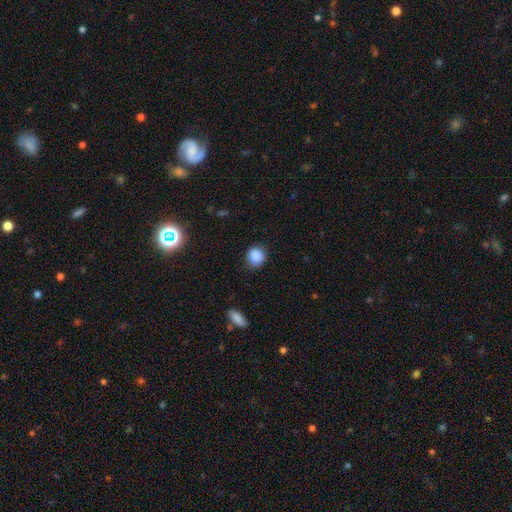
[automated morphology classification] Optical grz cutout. It shows a smooth galaxy with no disk features (87%) that is round (86%). Merging: none (84%).